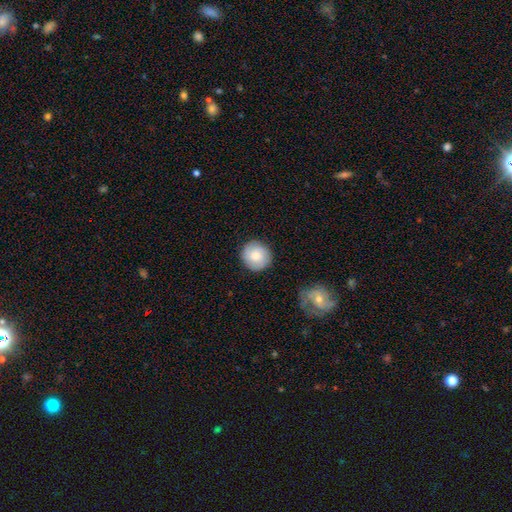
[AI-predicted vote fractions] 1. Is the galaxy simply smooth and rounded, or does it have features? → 75% smooth, 18% featured or disk, 7% star or artifact.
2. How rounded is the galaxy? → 93% round, 6% in between, 1% cigar-shaped.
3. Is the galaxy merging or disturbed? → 88% none, 8% minor disturbance, 2% major disturbance, 1% merger.